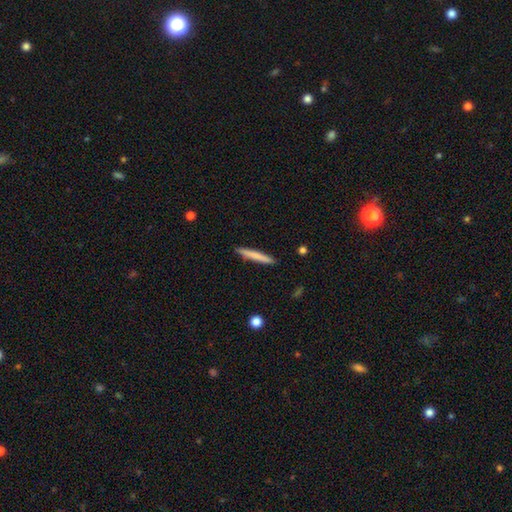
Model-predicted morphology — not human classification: Smooth or featured? Predicted: smooth (p=0.73). How rounded? Predicted: cigar-shaped (p=0.96). Merging? Predicted: none (p=0.91).